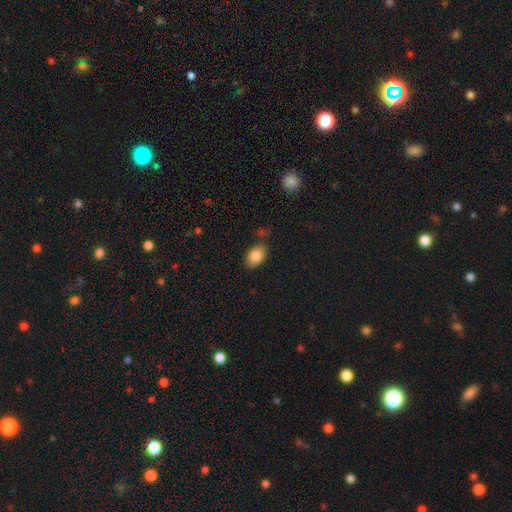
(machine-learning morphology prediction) Q: Smooth or featured?
A: smooth (85%); runner-up: star or artifact (7%)
Q: How rounded?
A: in between (89%); runner-up: round (9%)
Q: Merging?
A: none (77%); runner-up: minor disturbance (15%)